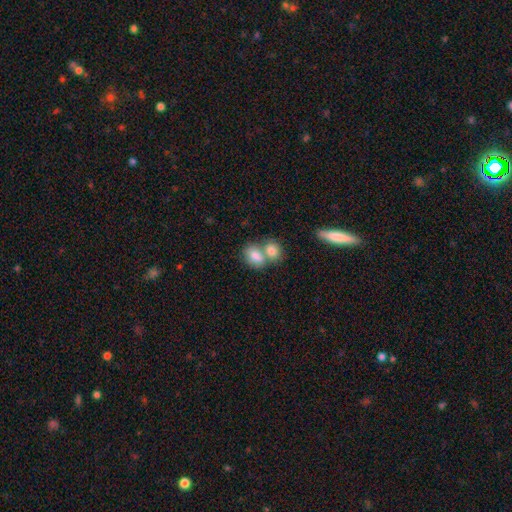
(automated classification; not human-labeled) Morphology: type=smooth (81%); roundness=in between (65%); merging=merger (61%).